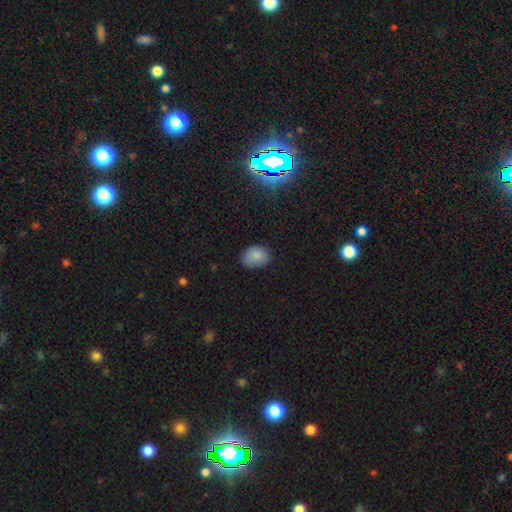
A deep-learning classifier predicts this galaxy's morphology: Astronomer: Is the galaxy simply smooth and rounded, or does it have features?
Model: smooth — 85%.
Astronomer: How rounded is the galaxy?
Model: in between — 72%.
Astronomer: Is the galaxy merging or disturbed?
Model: none — 77%.